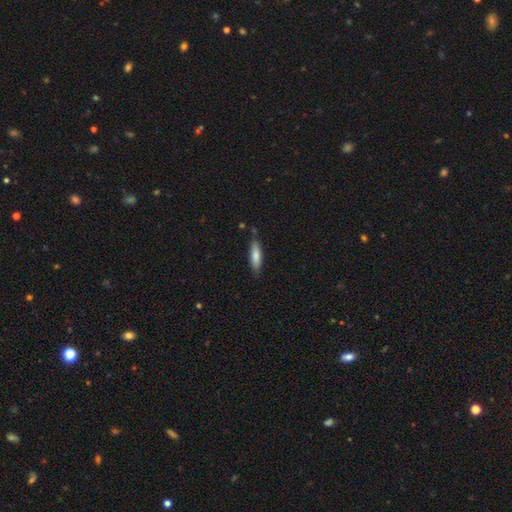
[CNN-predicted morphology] smooth 76%, featured or disk 18%, star or artifact 6%. Down the decision tree: how rounded — cigar-shaped (63%); merging — none (79%).